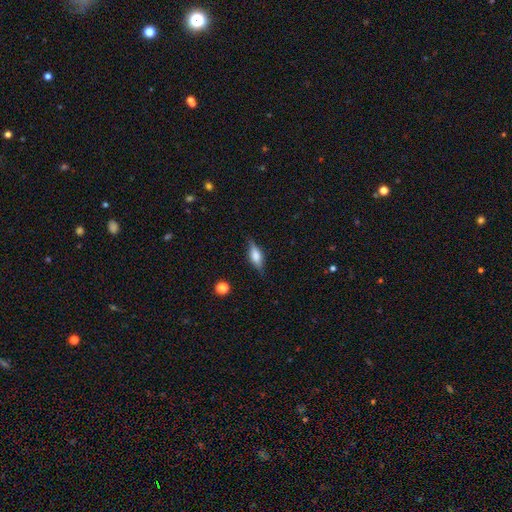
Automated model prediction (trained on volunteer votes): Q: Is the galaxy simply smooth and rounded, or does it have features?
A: featured or disk — 47%.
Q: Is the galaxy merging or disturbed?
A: none — 82%.